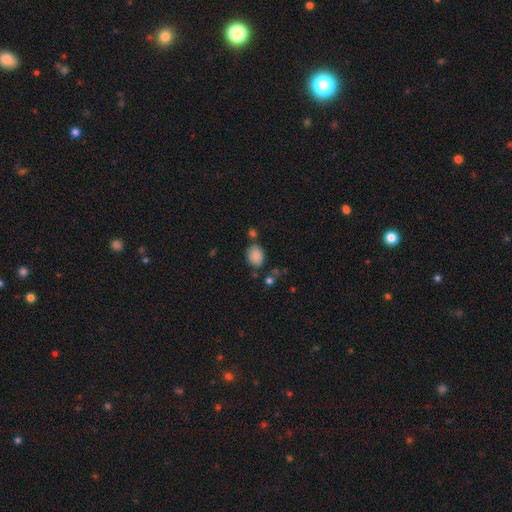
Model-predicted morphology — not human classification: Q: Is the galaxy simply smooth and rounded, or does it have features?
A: smooth — 86%.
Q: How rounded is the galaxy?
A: in between — 60%.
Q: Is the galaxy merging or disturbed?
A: none — 70%.